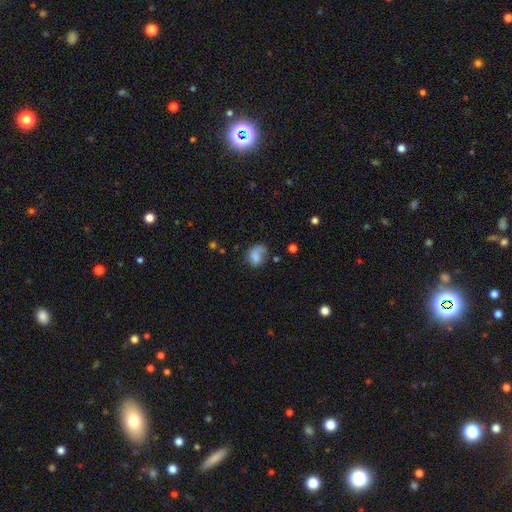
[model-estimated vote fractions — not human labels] A smooth galaxy with no disk features (77%) that is in between round and cigar-shaped (66%).

Vote fractions:
- Smooth or featured? smooth: 77% / featured or disk: 13% / star or artifact: 10%
- How rounded? in between: 66% / round: 32% / cigar-shaped: 1%
- Merging? none: 42% / minor disturbance: 31% / major disturbance: 20% / merger: 7%